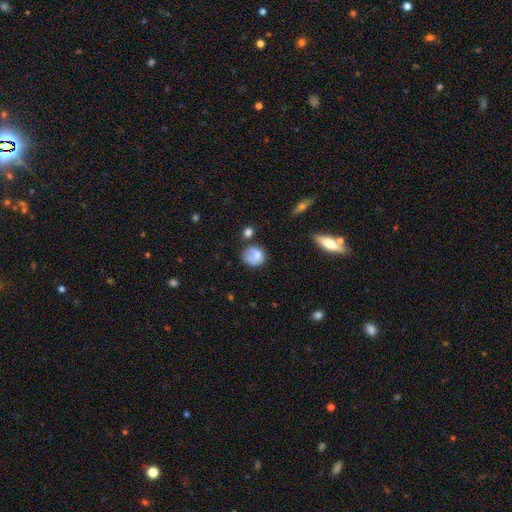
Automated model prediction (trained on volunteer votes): Morphology: type=smooth (71%); roundness=round (67%); merging=none (44%).